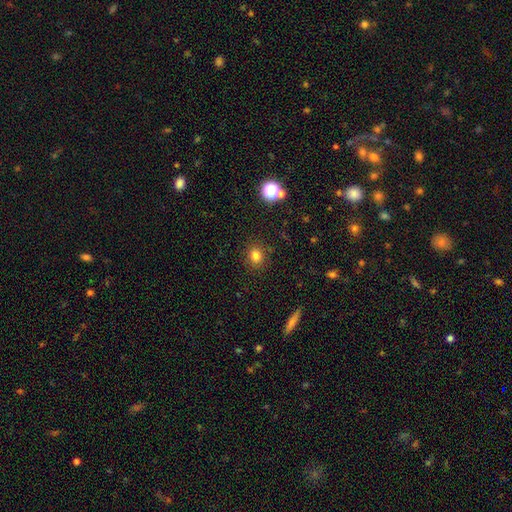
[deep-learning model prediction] The model was most divided on "how rounded": round: 78%, in between: 21%, cigar-shaped: 1%. More confident: merging — none (88%); smooth or featured — smooth (79%).